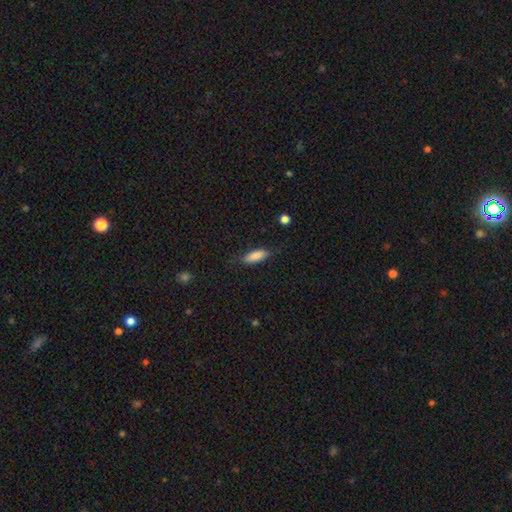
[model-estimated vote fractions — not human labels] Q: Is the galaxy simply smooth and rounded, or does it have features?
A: smooth — 84%.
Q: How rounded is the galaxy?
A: in between — 62%.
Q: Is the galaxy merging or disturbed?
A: none — 77%.